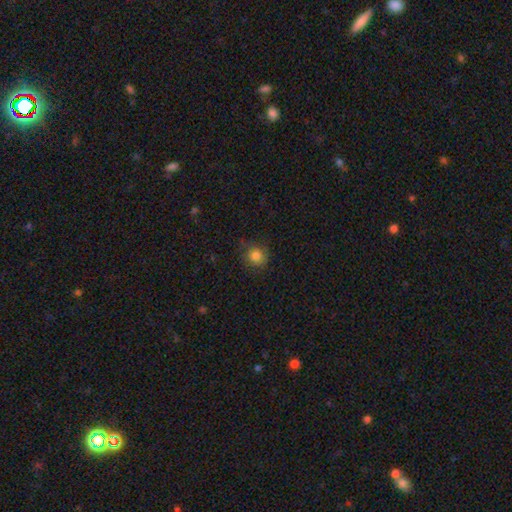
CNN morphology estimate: Smooth or featured? Predicted: smooth (p=0.82). How rounded? Predicted: round (p=0.88). Merging? Predicted: none (p=0.77).